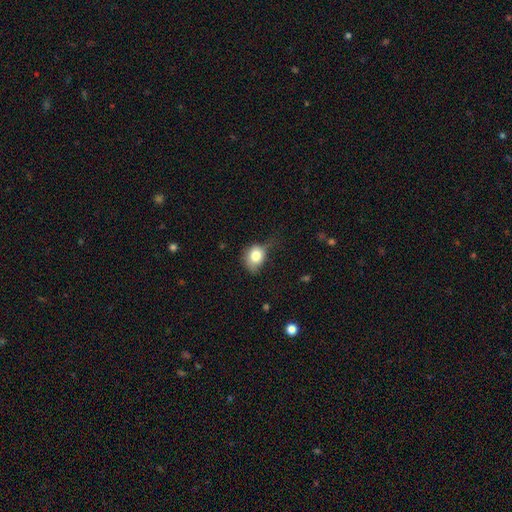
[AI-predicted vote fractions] Smooth or featured? Predicted: smooth (p=0.78). How rounded? Predicted: round (p=0.53). Merging? Predicted: minor disturbance (p=0.43).